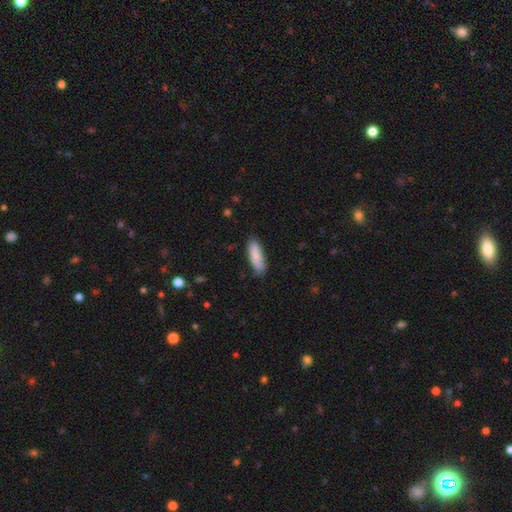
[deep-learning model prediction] Smooth or featured?
  - smooth: 88% *
  - featured or disk: 6%
  - star or artifact: 6%
How rounded?
  - cigar-shaped: 49% * (tied)
  - in between: 49% * (tied)
  - round: 1%
Merging?
  - none: 82% *
  - minor disturbance: 14%
  - major disturbance: 2%
  - merger: 1%